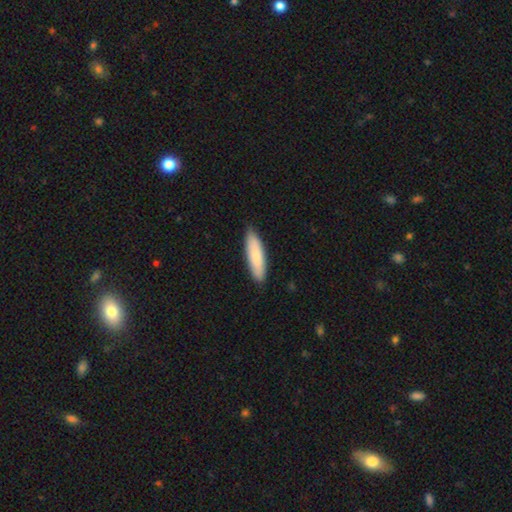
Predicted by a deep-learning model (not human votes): smooth-or-featured: smooth: 82% | featured or disk: 13% | star or artifact: 5%
  how-rounded: cigar-shaped: 63% | in between: 36% | round: 1%
  merging: none: 86% | minor disturbance: 11% | major disturbance: 2% | merger: 1%